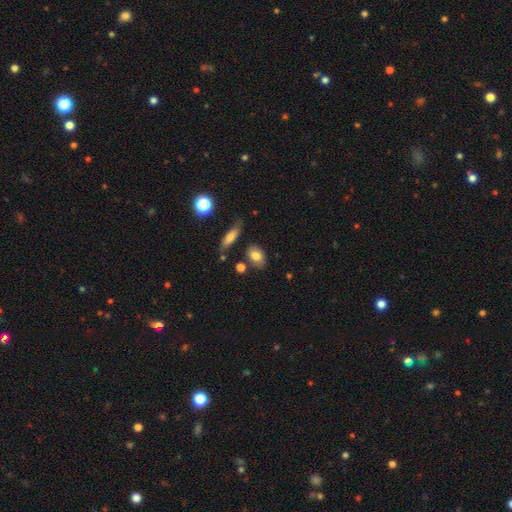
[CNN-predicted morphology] A smooth galaxy with no disk features (80%) that is in between round and cigar-shaped (77%). Merging: none (74%).